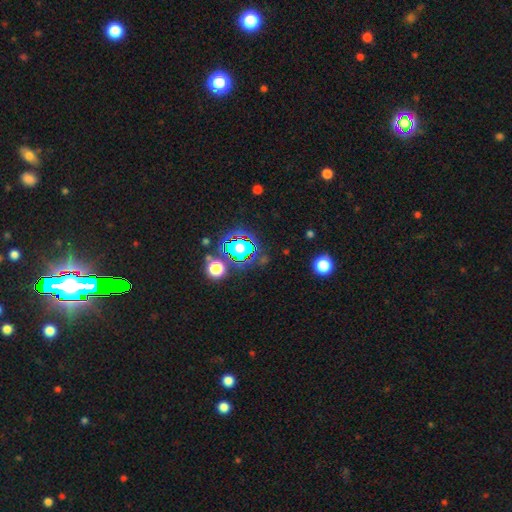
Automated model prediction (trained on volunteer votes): star or artifact 81%, smooth 11%, featured or disk 8%.